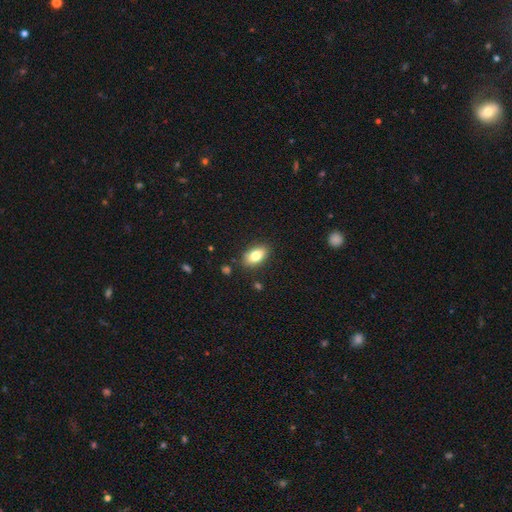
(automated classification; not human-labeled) Smooth or featured? Predicted: smooth (p=0.76). How rounded? Predicted: in between (p=0.88). Merging? Predicted: none (p=0.86).